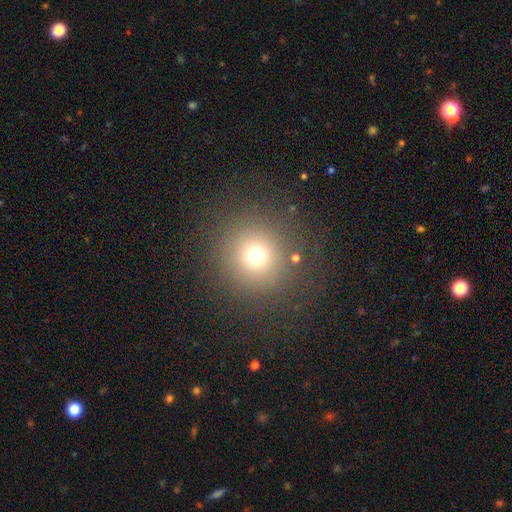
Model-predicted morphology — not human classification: Smooth or featured? Predicted: smooth (p=0.70). How rounded? Predicted: round (p=0.93). Merging? Predicted: none (p=0.85).